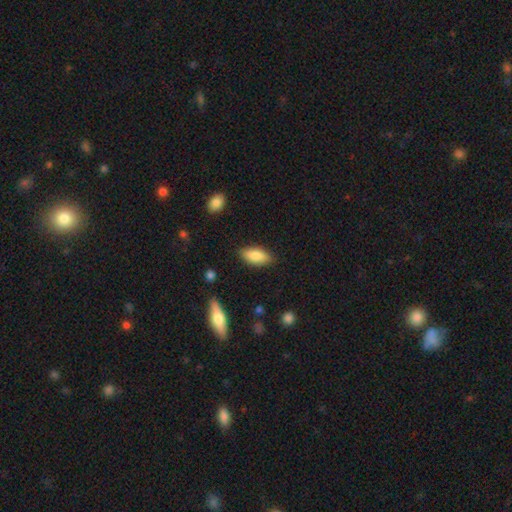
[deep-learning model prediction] smooth_or_featured: smooth (p=0.84) [alt: featured or disk p=0.10]
how_rounded: in between (p=0.83) [alt: cigar-shaped p=0.15]
merging: none (p=0.85) [alt: minor disturbance p=0.11]